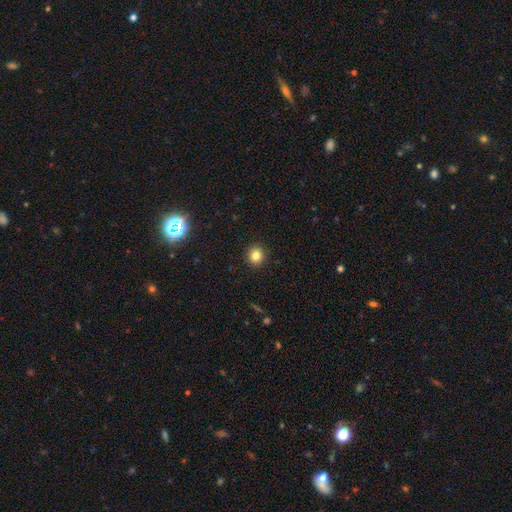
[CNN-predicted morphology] A smooth galaxy with no disk features (83%) that is round (90%).

Vote fractions:
- Smooth or featured? smooth: 83% / star or artifact: 12% / featured or disk: 5%
- How rounded? round: 90% / in between: 9% / cigar-shaped: 1%
- Merging? none: 92% / minor disturbance: 5% / major disturbance: 2% / merger: 1%